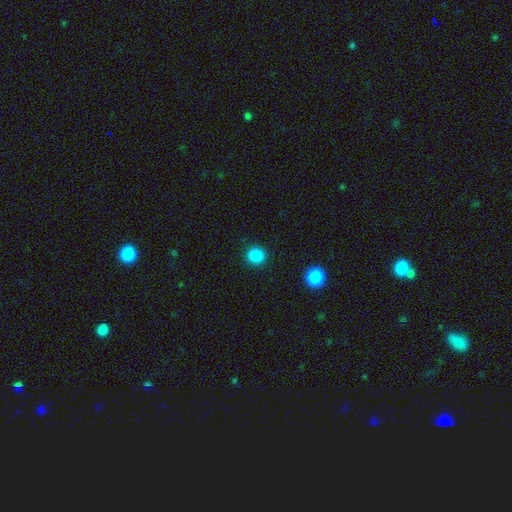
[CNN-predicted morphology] Smooth or featured: smooth — 87% (star or artifact — 10%)
How rounded: round — 88% (in between — 11%)
Merging: none — 91% (minor disturbance — 6%)